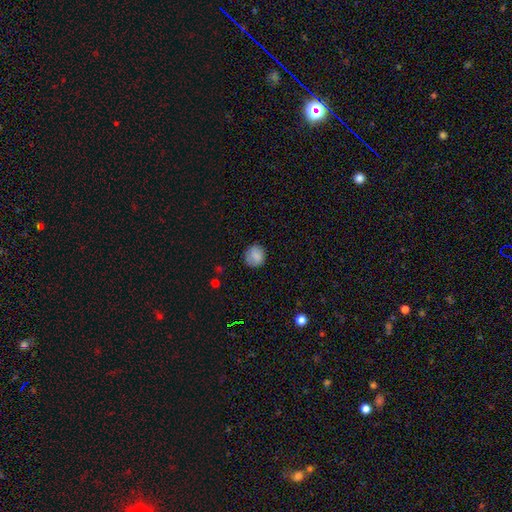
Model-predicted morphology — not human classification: smooth_or_featured: smooth (p=0.83) [alt: star or artifact p=0.09]
how_rounded: round (p=0.83) [alt: in between p=0.16]
merging: none (p=0.81) [alt: minor disturbance p=0.14]